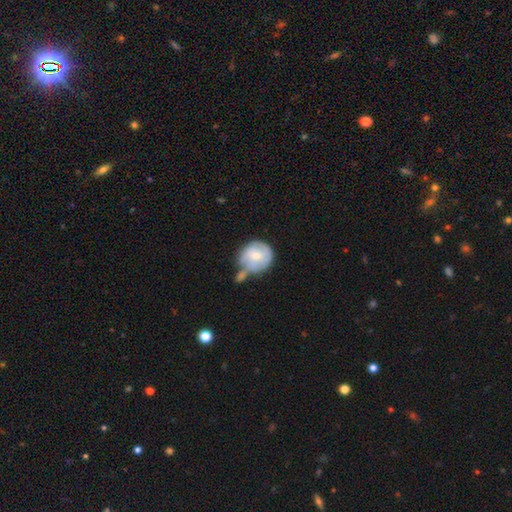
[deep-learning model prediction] Overall: smooth (53%; featured or disk 41%). How rounded: round (88%). Merging: none (37%; merger 32%).